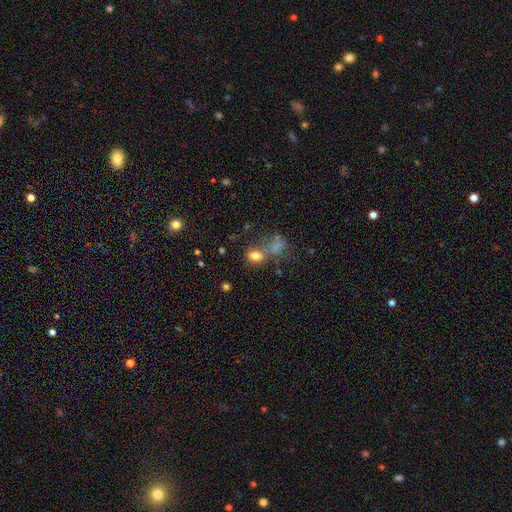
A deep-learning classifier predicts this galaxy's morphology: Q: Smooth or featured?
A: smooth (75%); runner-up: star or artifact (15%)
Q: How rounded?
A: in between (73%); runner-up: round (25%)
Q: Merging?
A: none (45%); runner-up: merger (33%)